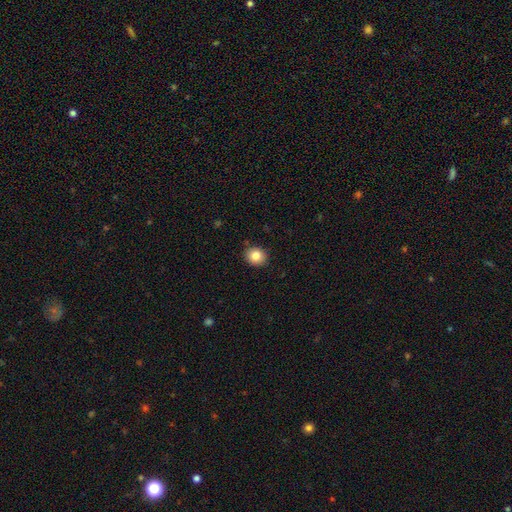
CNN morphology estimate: type=smooth (83%); roundness=round (75%); merging=none (89%).